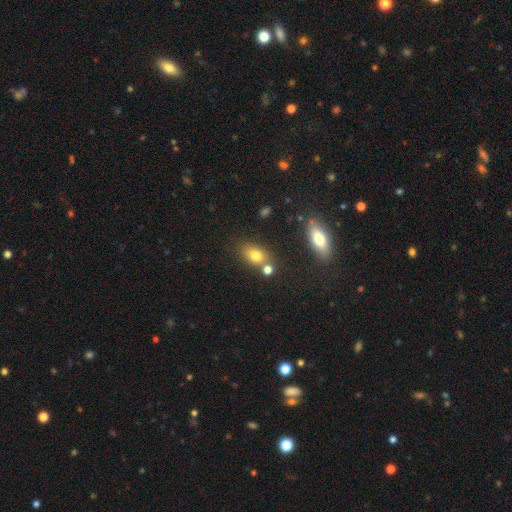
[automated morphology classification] Q: Smooth or featured?
A: smooth (77%); runner-up: star or artifact (12%)
Q: How rounded?
A: in between (78%); runner-up: round (19%)
Q: Merging?
A: none (64%); runner-up: merger (19%)